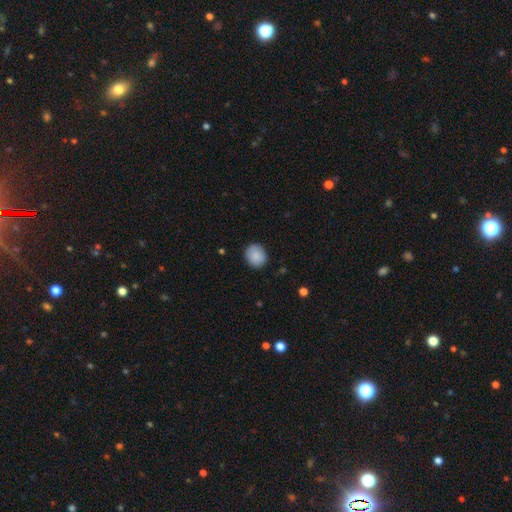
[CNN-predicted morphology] Overall: smooth (89%). How rounded: round (75%). Merging: none (88%).